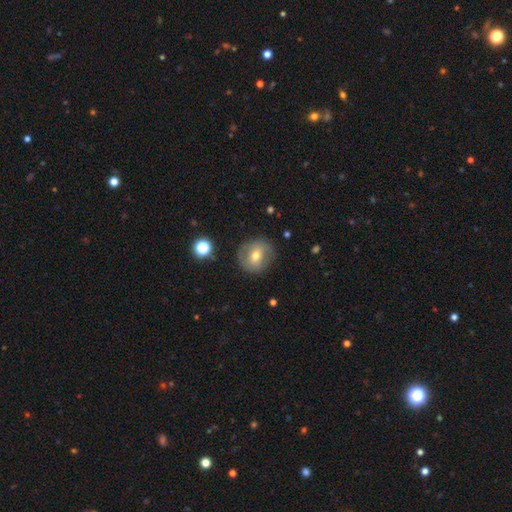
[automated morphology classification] Smooth or featured? smooth (51%)
How rounded? round (83%)
Merging? none (82%)